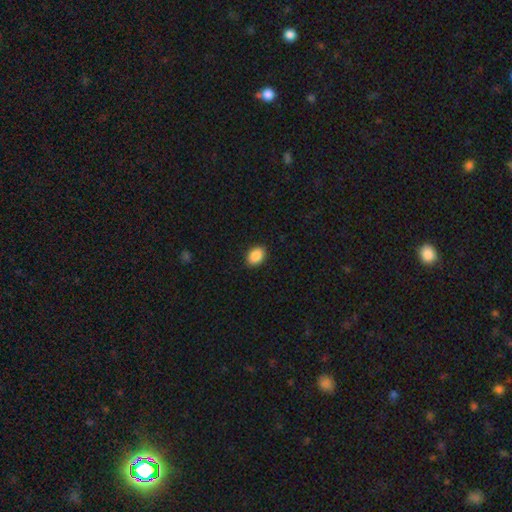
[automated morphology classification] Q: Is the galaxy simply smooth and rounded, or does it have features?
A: smooth — 89%.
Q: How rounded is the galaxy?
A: in between — 78%.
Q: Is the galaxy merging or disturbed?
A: none — 90%.